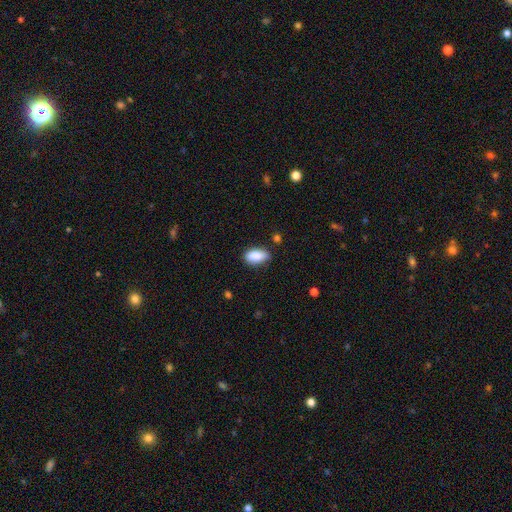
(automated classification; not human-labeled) Q: Smooth or featured?
A: smooth (88%); runner-up: star or artifact (7%)
Q: How rounded?
A: in between (92%); runner-up: round (4%)
Q: Merging?
A: none (75%); runner-up: minor disturbance (20%)